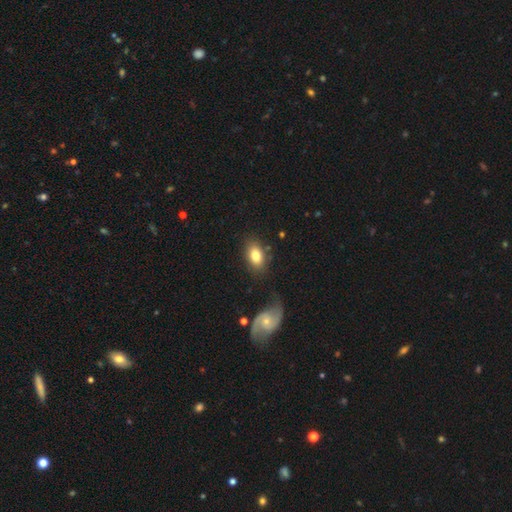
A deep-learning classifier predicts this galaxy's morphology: smooth-or-featured: smooth: 79% | featured or disk: 14% | star or artifact: 7%
  how-rounded: in between: 88% | round: 10% | cigar-shaped: 2%
  merging: none: 73% | minor disturbance: 16% | merger: 6% | major disturbance: 5%